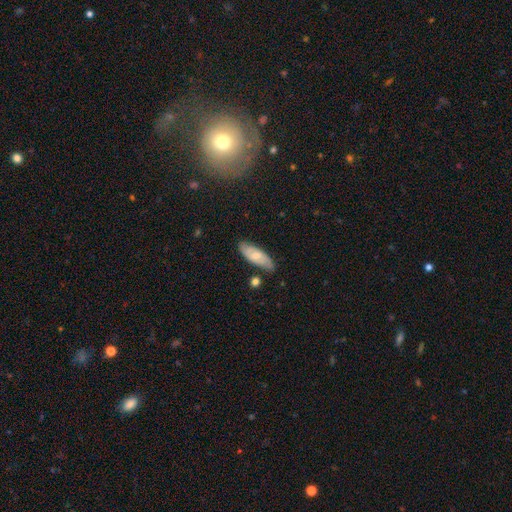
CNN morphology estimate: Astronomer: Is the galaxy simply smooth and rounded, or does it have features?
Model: smooth — 54% (runner-up: featured or disk, 40%).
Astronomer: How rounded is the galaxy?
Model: in between — 69%.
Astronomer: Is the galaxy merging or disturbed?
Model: none — 77%.